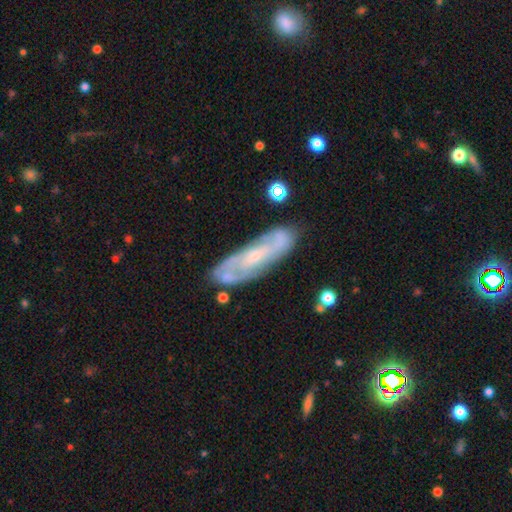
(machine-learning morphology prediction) A featured or disk galaxy (75%) with no bar (57%), 2 (48%) medium (42%) spiral arms (87%) and a small central bulge (66%).

Vote fractions:
- Smooth or featured? featured or disk: 75% / smooth: 18% / star or artifact: 7%
- Edge-on disk? no: 79% / yes: 21%
- Bar? no: 57% / weak: 33% / strong: 10%
- Spiral arms? yes: 87% / no: 13%
- Spiral winding? medium: 42% / tight: 41% / loose: 17%
- Spiral arm count? 2: 48% / can't tell: 33% / 3: 10% / 4: 4% / 1: 3% / more than 4: 2%
- Bulge size? small: 66% / moderate: 26% / none: 5% / large: 1% / dominant: 1%
- Merging? none: 76% / minor disturbance: 17% / major disturbance: 5% / merger: 3%